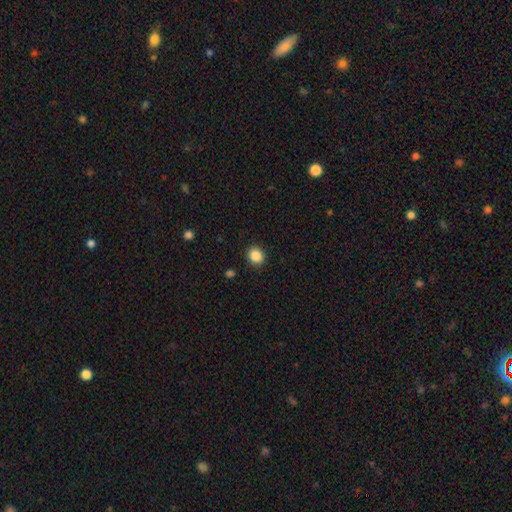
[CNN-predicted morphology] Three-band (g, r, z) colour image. It shows a smooth galaxy with no disk features (87%) that is round (81%). Merging: none (90%).